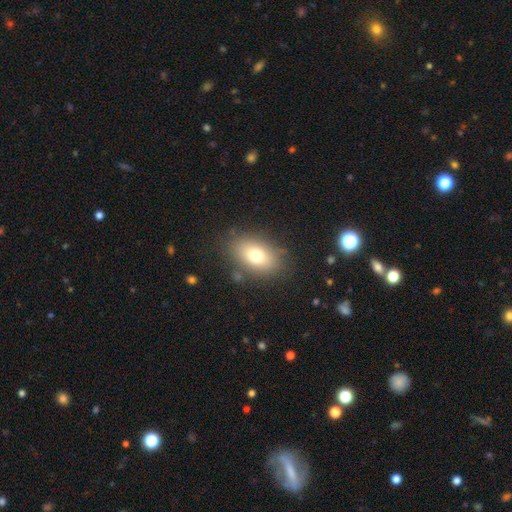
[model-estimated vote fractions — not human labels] A smooth galaxy with no disk features (74%) that is in between round and cigar-shaped (82%).

Vote fractions:
- Smooth or featured? smooth: 74% / featured or disk: 16% / star or artifact: 11%
- How rounded? in between: 82% / round: 16% / cigar-shaped: 2%
- Merging? none: 81% / minor disturbance: 12% / major disturbance: 5% / merger: 2%